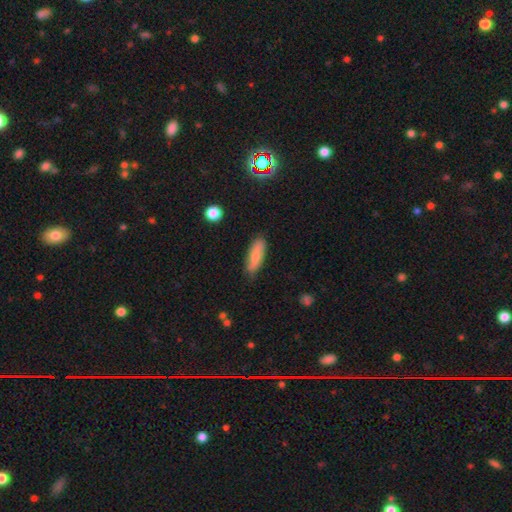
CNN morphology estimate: The model was most divided on "how rounded": in between: 52%, cigar-shaped: 46%, round: 2%. More confident: merging — none (80%); smooth or featured — smooth (73%).